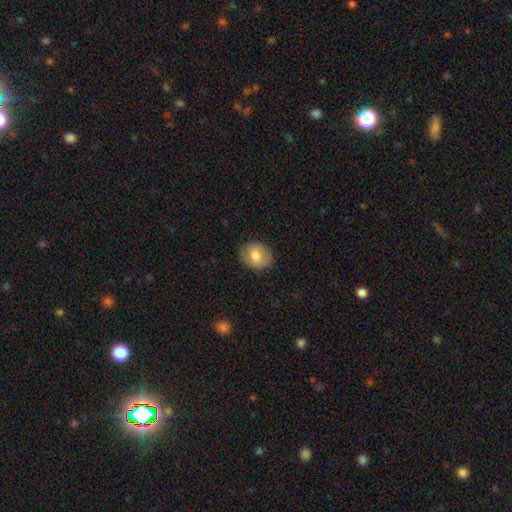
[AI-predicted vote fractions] smooth-or-featured: smooth: 79% | featured or disk: 14% | star or artifact: 8%
  how-rounded: round: 50% | in between: 49% | cigar-shaped: 1%
  merging: none: 86% | minor disturbance: 11% | major disturbance: 3% | merger: 1%